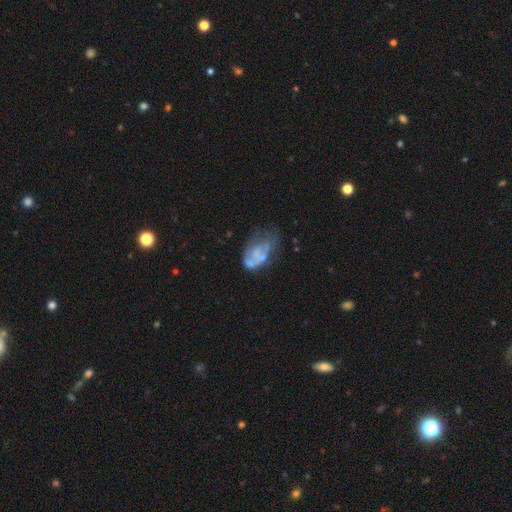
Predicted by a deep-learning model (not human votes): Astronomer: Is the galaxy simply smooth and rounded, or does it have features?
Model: featured or disk — 53% (runner-up: smooth, 36%).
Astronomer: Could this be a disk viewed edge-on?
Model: no — 97%.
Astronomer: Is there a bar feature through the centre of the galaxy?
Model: no — 85%.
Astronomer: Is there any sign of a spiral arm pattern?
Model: no — 79%.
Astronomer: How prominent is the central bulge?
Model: none — 63%.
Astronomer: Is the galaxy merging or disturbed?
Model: major disturbance — 31% (runner-up: none, 30%).